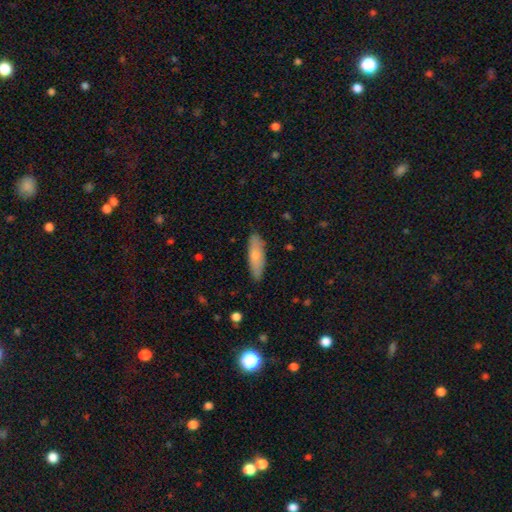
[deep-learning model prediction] A smooth galaxy with no disk features (71%) that is in between round and cigar-shaped (49%, tied with cigar-shaped). Merging: none (84%).